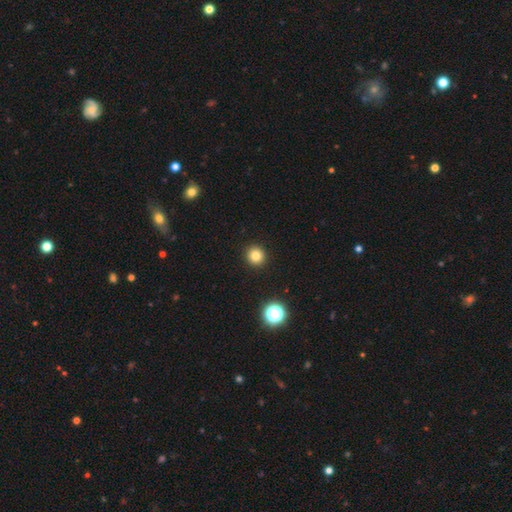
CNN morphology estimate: The model was most divided on "smooth or featured": smooth: 81%, star or artifact: 13%, featured or disk: 6%. More confident: how rounded — round (94%); merging — none (93%).